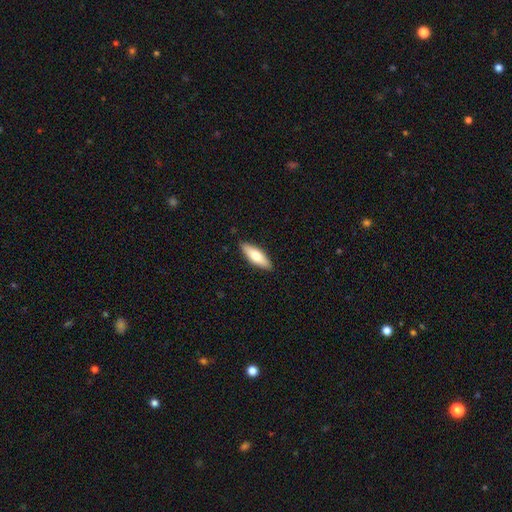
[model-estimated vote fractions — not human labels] This appears to be a smooth galaxy with no disk features (66%) that is in between round and cigar-shaped (53%). Merging: none (88%).